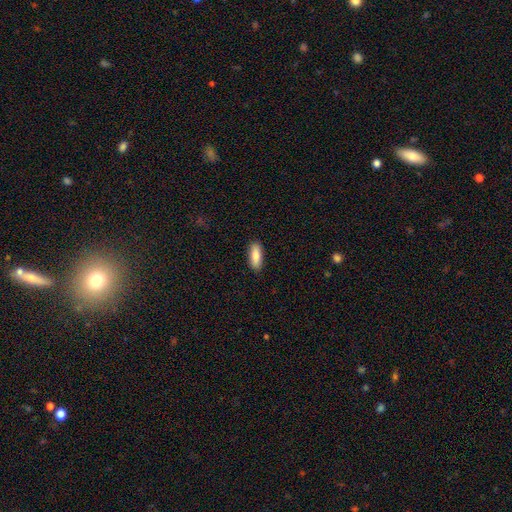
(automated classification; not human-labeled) Smooth or featured?
  - smooth: 84% *
  - featured or disk: 10%
  - star or artifact: 6%
How rounded?
  - in between: 68% *
  - cigar-shaped: 30%
  - round: 2%
Merging?
  - none: 89% *
  - minor disturbance: 8%
  - major disturbance: 2%
  - merger: 1%